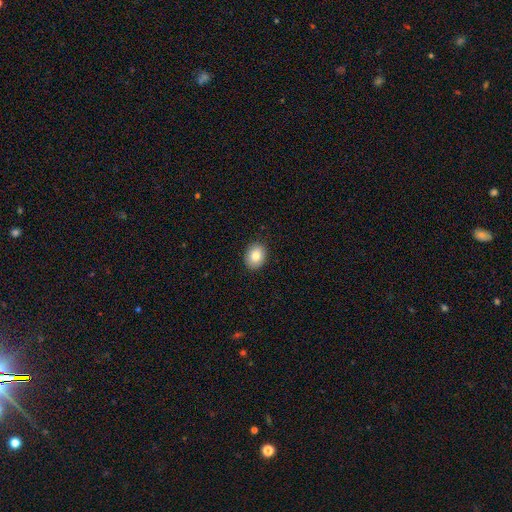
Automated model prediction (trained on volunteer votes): smooth-or-featured: smooth: 82% | featured or disk: 9% | star or artifact: 9%
  how-rounded: in between: 56% | round: 43% | cigar-shaped: 1%
  merging: none: 89% | minor disturbance: 8% | major disturbance: 2% | merger: 1%